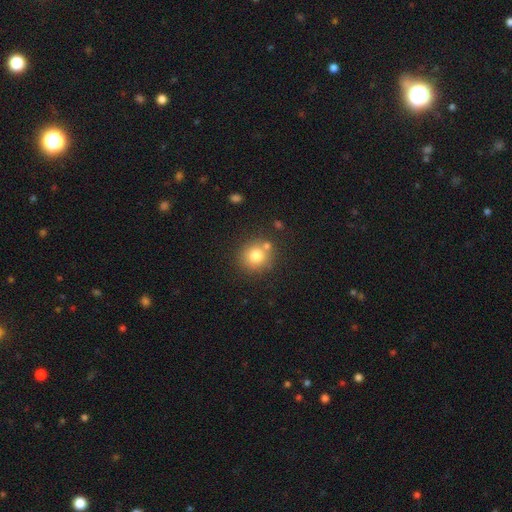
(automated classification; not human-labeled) smooth 78%, star or artifact 11%, featured or disk 11%. Down the decision tree: how rounded — round (89%); merging — none (73%).